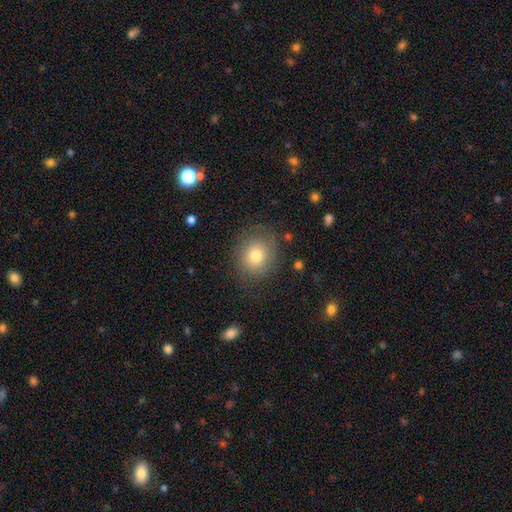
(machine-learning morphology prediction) type=smooth (71%); roundness=round (82%); merging=none (76%).